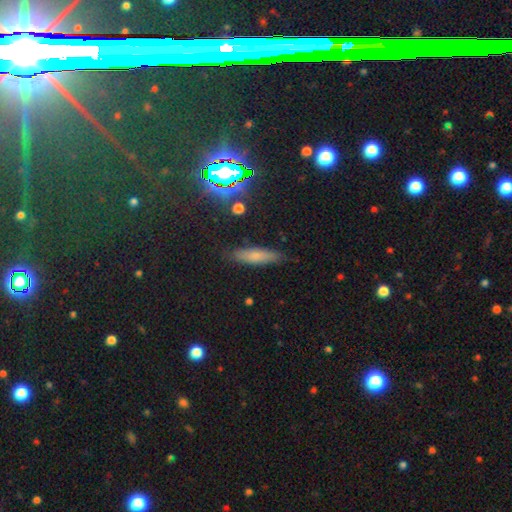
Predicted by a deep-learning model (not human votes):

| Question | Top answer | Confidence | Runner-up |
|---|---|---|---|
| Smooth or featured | smooth | 67% | featured or disk (18%) |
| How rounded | cigar-shaped | 67% | in between (30%) |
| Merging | none | 84% | minor disturbance (11%) |